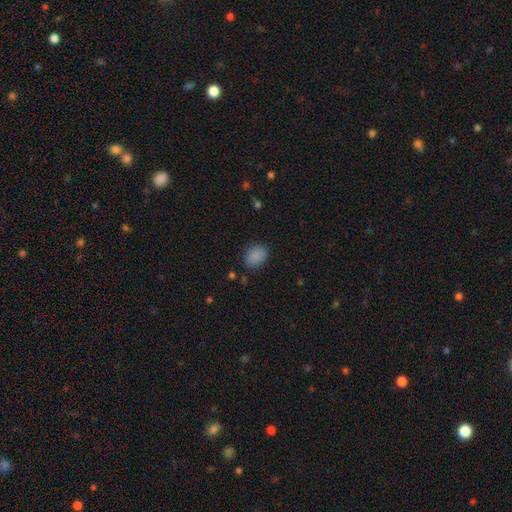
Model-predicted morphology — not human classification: smooth_or_featured: smooth (p=0.87) [alt: star or artifact p=0.09]
how_rounded: in between (p=0.70) [alt: round p=0.29]
merging: none (p=0.84) [alt: minor disturbance p=0.12]